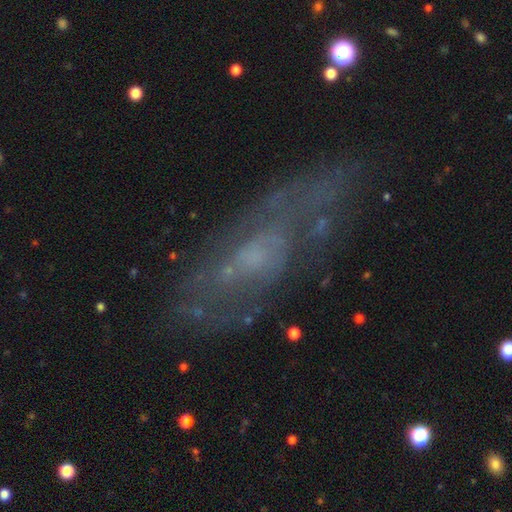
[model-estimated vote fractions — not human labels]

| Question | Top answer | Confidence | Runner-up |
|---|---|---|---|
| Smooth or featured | featured or disk | 70% | smooth (19%) |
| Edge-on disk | no | 86% | yes (14%) |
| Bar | no | 73% | weak (23%) |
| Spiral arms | yes | 62% | no (38%) |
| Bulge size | small | 38% | none (31%) |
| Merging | none | 59% | minor disturbance (21%) |